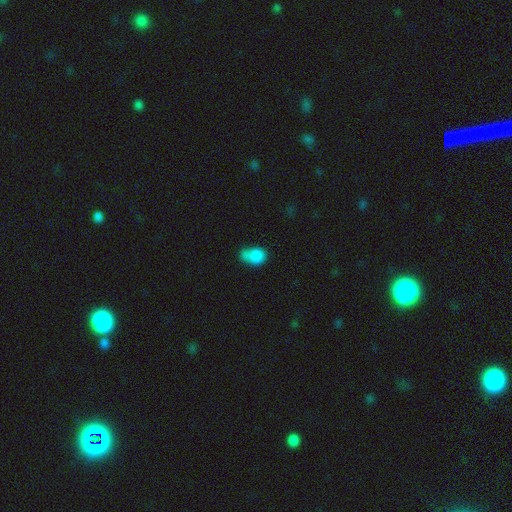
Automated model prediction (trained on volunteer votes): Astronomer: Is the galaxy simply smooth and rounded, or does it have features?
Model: smooth — 82%.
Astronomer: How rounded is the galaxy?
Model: round — 50% (runner-up: in between, 49%).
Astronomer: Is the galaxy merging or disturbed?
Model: merger — 35% (runner-up: none, 31%).